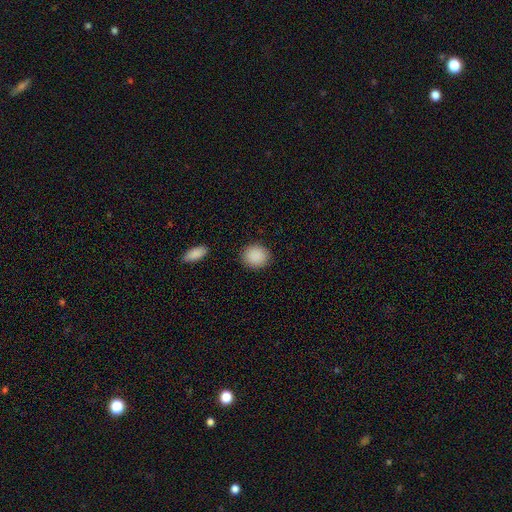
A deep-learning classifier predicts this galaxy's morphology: This appears to be a smooth galaxy with no disk features (90%) that is round (77%). Merging: none (89%).